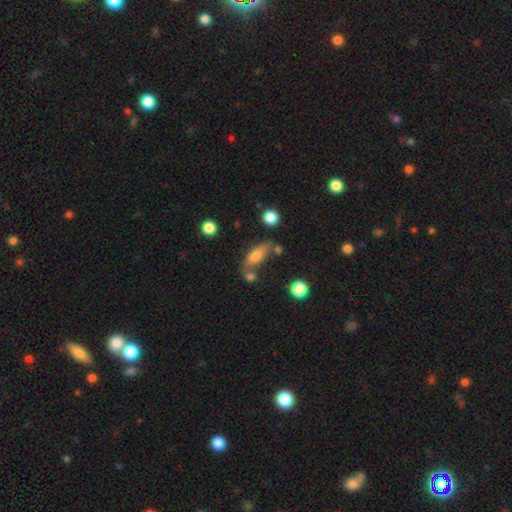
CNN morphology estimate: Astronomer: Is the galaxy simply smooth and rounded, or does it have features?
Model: smooth — 68%.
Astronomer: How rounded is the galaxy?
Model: in between — 67%.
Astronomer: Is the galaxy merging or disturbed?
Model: none — 42% (runner-up: merger, 26%).